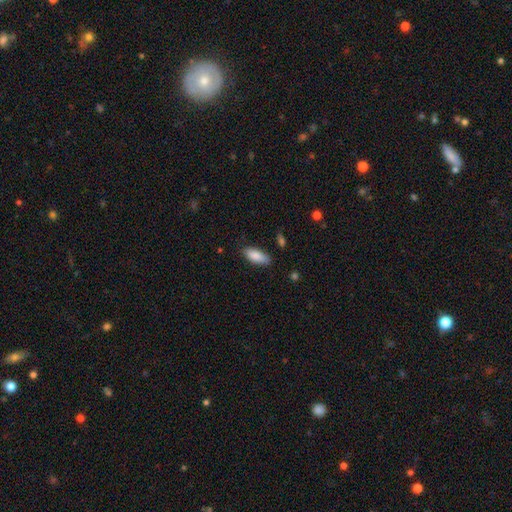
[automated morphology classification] smooth 87%, featured or disk 7%, star or artifact 6%. Down the decision tree: how rounded — in between (77%); merging — none (81%).